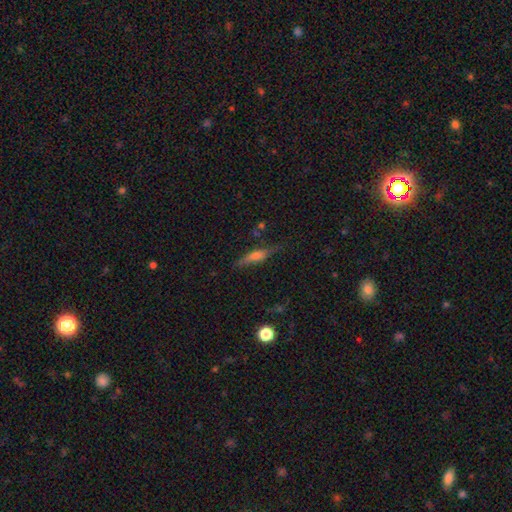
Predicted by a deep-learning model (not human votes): This is possibly a smooth galaxy (46%). Merging: likely none (74%).